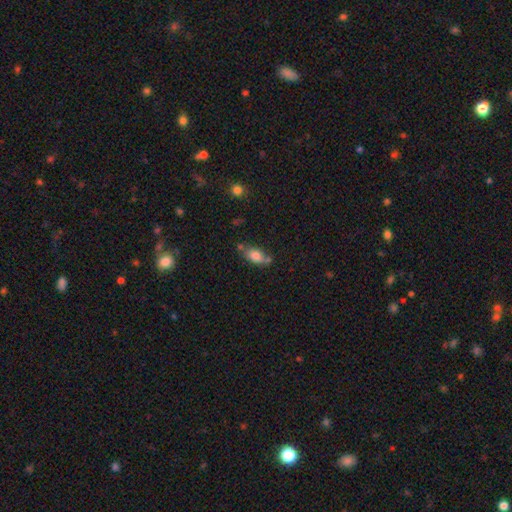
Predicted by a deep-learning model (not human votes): Smooth or featured? smooth (78%)
How rounded? in between (83%)
Merging? none (53%)